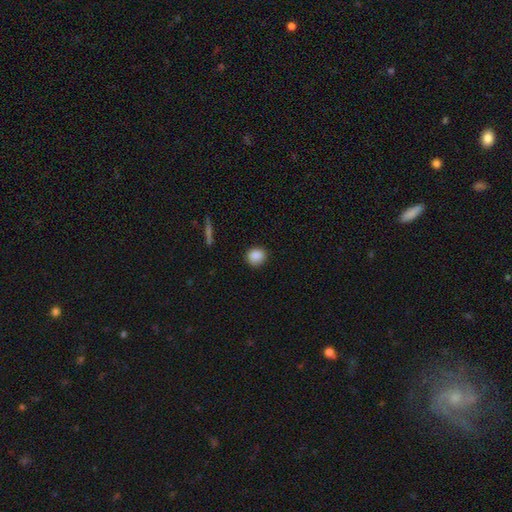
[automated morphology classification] Overall: smooth (87%). How rounded: round (83%). Merging: none (86%).